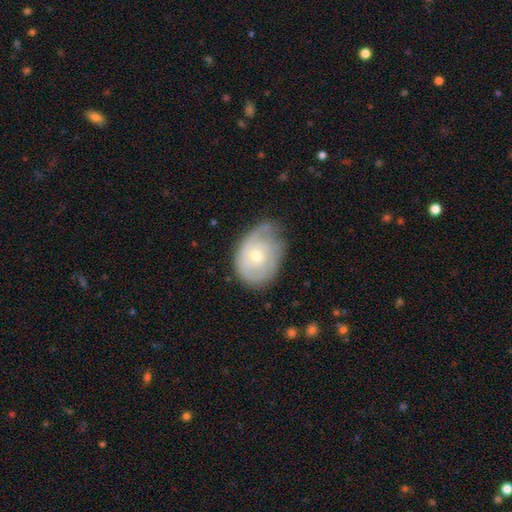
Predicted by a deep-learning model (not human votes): This appears to be a featured or disk galaxy (62%) with no bar (73%), spiral arms (78%) and a small central bulge (53%). Merging: none (51%).